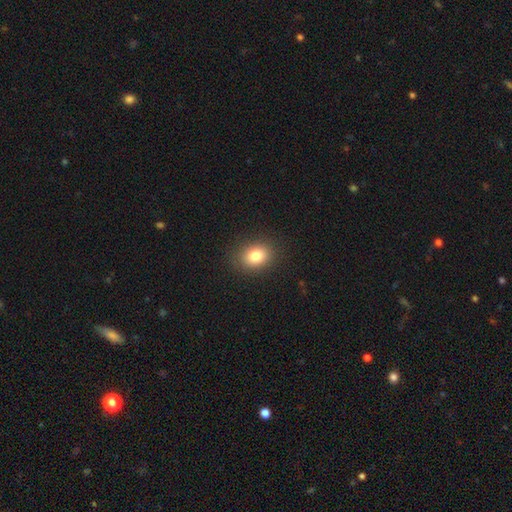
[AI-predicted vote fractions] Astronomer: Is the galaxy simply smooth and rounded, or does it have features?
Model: smooth — 81%.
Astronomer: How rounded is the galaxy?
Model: in between — 53% (runner-up: round, 46%).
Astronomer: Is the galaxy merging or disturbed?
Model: none — 88%.